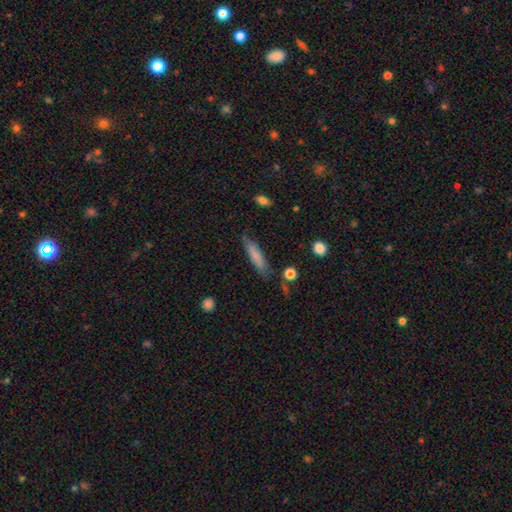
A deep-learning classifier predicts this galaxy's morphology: A smooth galaxy with no disk features (77%) that is cigar-shaped (76%).

Vote fractions:
- Smooth or featured? smooth: 77% / featured or disk: 16% / star or artifact: 7%
- How rounded? cigar-shaped: 76% / in between: 22% / round: 2%
- Merging? none: 76% / minor disturbance: 18% / major disturbance: 4% / merger: 3%